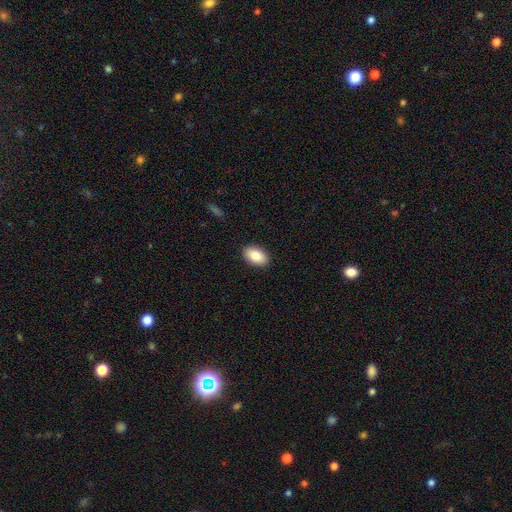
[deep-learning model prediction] This appears to be a smooth galaxy with no disk features (85%) that is in between round and cigar-shaped (93%). Merging: none (90%).